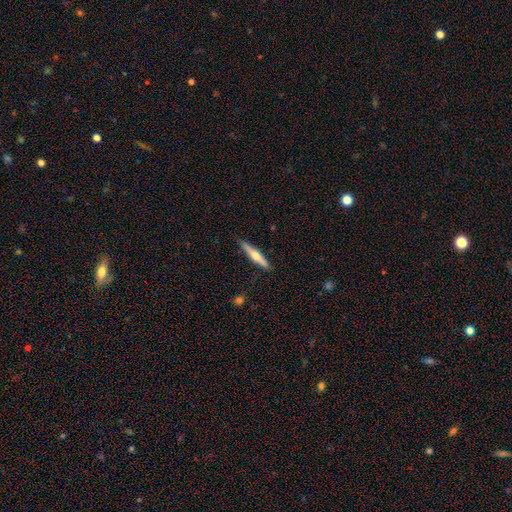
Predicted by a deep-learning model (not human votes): smooth_or_featured: featured or disk (p=0.54) [alt: smooth p=0.41]
disk_edge_on: yes (p=0.96) [alt: no p=0.04]
edge_on_bulge: rounded (p=0.89) [alt: none p=0.07]
merging: none (p=0.88) [alt: minor disturbance p=0.09]